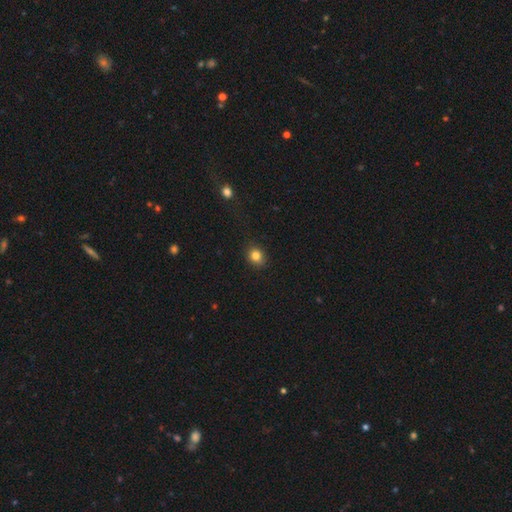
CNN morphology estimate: Overall: smooth (82%). How rounded: round (69%; in between 30%). Merging: none (86%).